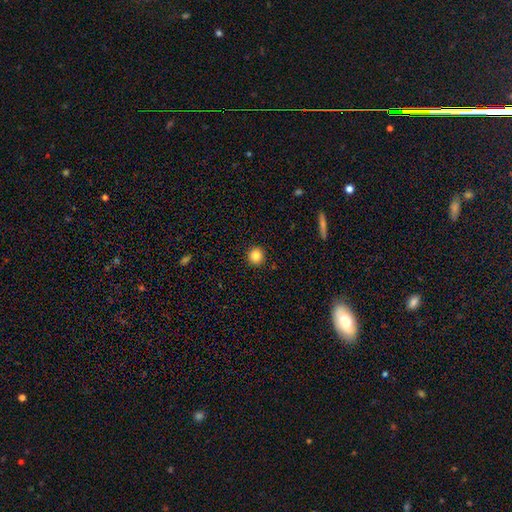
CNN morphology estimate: Smooth or featured: smooth — 85% (star or artifact — 11%)
How rounded: round — 93% (in between — 6%)
Merging: none — 92% (minor disturbance — 5%)